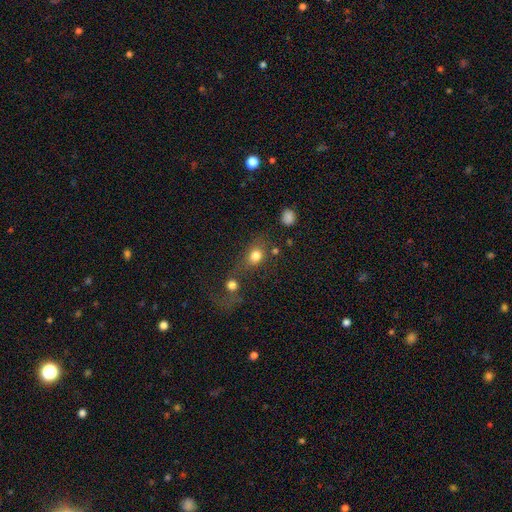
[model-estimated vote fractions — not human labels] Smooth or featured?
  - smooth: 78% *
  - star or artifact: 12%
  - featured or disk: 10%
How rounded?
  - round: 56% *
  - in between: 41%
  - cigar-shaped: 3%
Merging?
  - none: 43% *
  - merger: 29%
  - minor disturbance: 14%
  - major disturbance: 14%